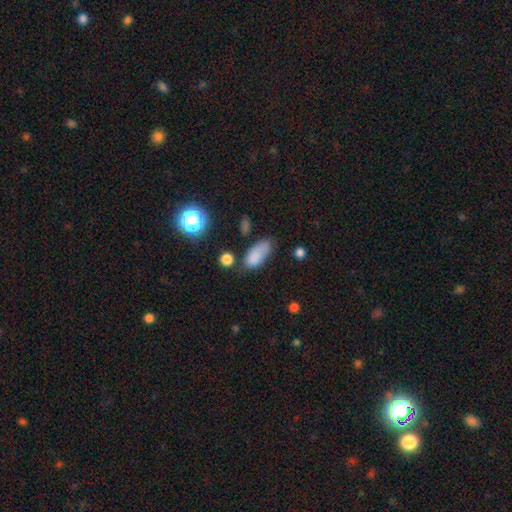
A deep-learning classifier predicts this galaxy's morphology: The model was most divided on "merging": none: 48%, minor disturbance: 31%, major disturbance: 13%, merger: 7%. More confident: how rounded — in between (85%); smooth or featured — smooth (80%).